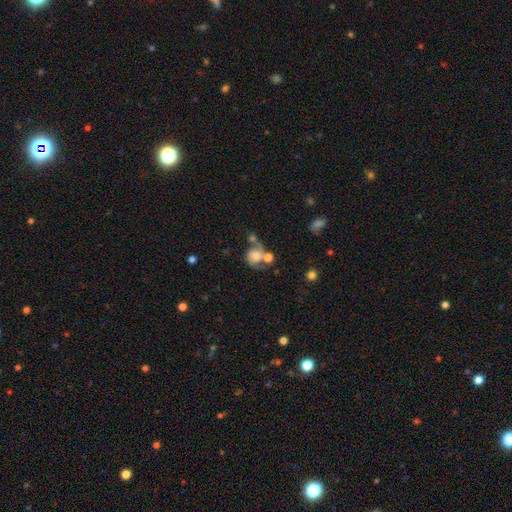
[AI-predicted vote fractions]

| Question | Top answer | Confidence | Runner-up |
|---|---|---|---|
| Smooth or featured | featured or disk | 48% | smooth (41%) |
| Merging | merger | 33% | none (29%) |